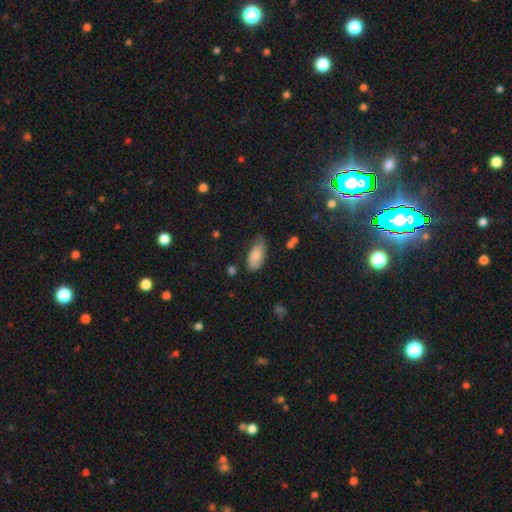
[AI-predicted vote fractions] Smooth or featured: smooth — 81% (featured or disk — 13%)
How rounded: in between — 89% (cigar-shaped — 9%)
Merging: none — 58% (minor disturbance — 33%)